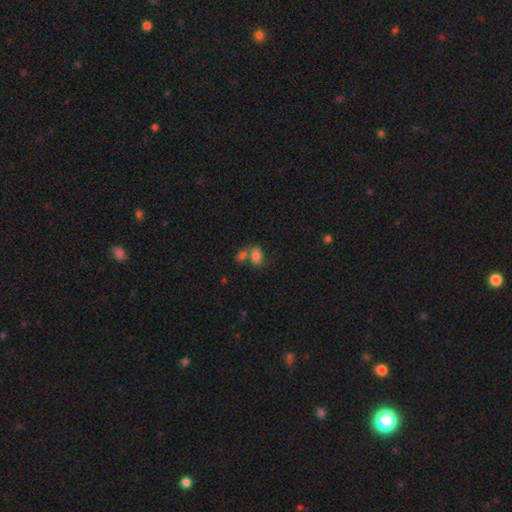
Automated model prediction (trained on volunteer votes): A smooth galaxy with no disk features (74%) that is in between round and cigar-shaped (82%). Merging: merger (48%).